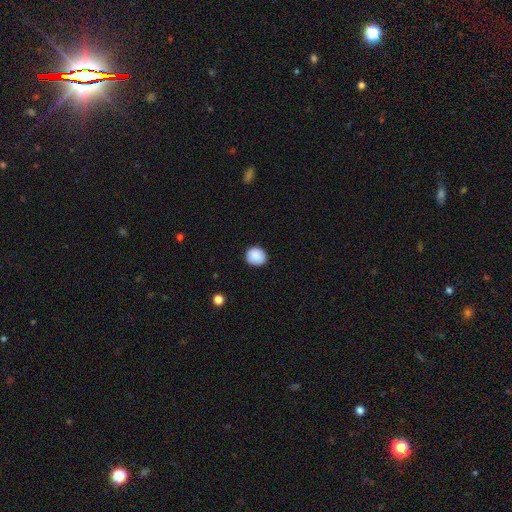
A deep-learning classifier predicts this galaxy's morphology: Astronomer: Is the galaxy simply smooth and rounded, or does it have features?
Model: smooth — 88%.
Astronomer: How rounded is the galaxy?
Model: round — 80%.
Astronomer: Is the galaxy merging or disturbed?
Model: none — 88%.